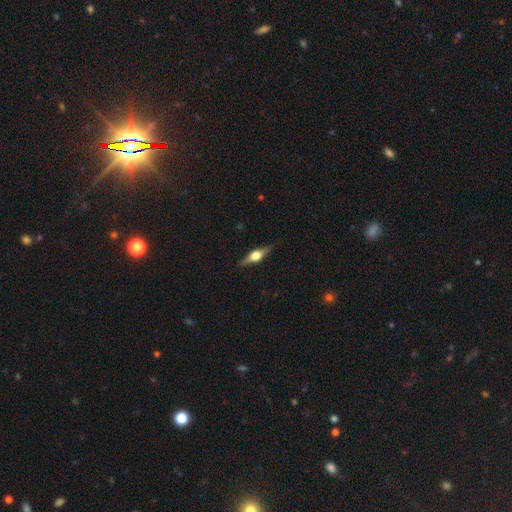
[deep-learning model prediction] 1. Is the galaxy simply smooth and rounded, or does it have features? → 72% featured or disk, 22% smooth, 6% star or artifact.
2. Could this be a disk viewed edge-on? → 97% yes, 3% no.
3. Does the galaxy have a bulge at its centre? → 94% rounded, 5% boxy, 1% none.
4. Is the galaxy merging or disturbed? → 88% none, 9% minor disturbance, 2% major disturbance, 1% merger.